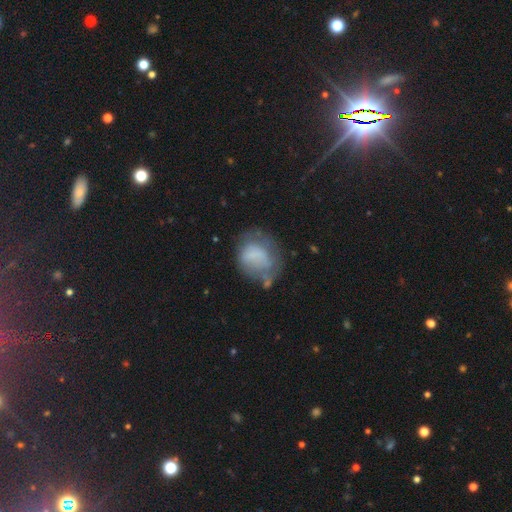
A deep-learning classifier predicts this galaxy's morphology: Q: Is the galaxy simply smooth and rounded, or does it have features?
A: smooth — 59%.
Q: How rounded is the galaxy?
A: round — 57%.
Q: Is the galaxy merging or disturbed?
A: none — 39%.